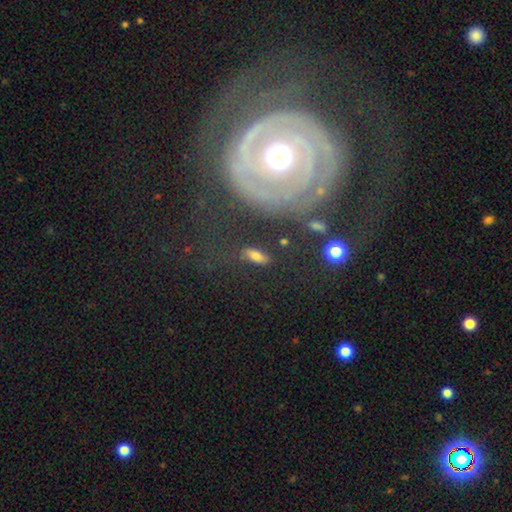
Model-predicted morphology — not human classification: Smooth or featured? Predicted: smooth (p=0.72). How rounded? Predicted: in between (p=0.70). Merging? Predicted: none (p=0.77).